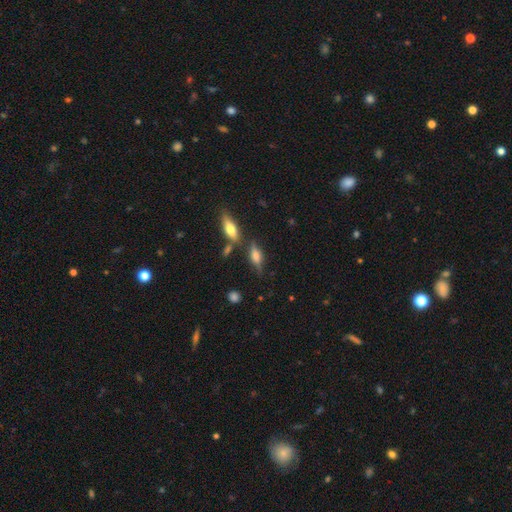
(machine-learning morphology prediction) Smooth or featured? Predicted: smooth (p=0.50). Merging? Predicted: none (p=0.67).